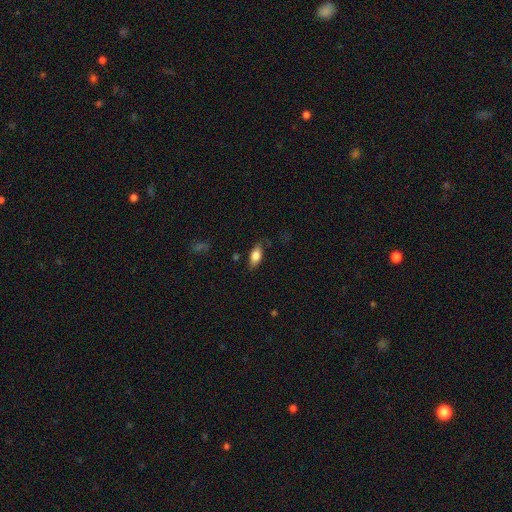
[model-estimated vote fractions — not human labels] Smooth or featured? smooth (79%)
How rounded? in between (85%)
Merging? none (76%)